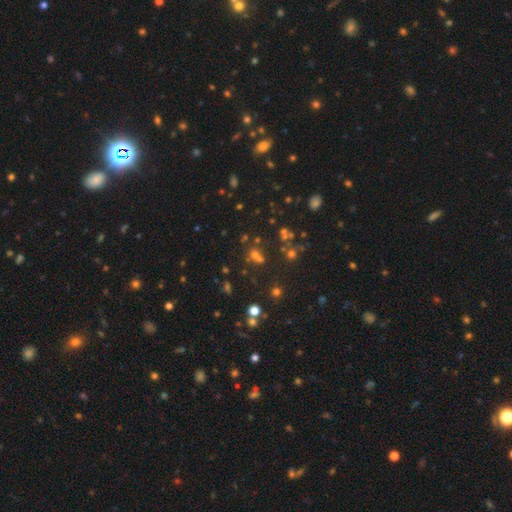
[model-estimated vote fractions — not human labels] smooth-or-featured: star or artifact: 51% | smooth: 37% | featured or disk: 12%